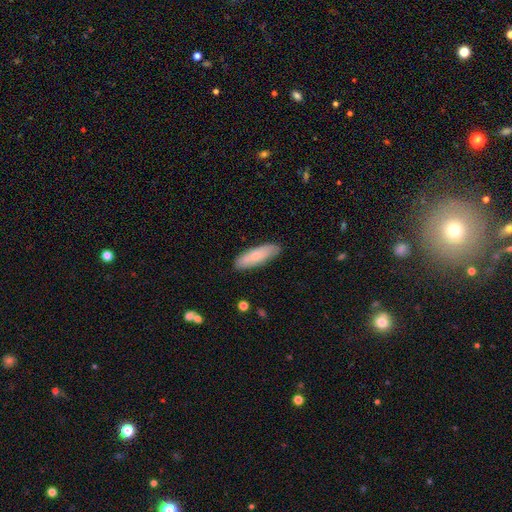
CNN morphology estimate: Smooth or featured? smooth (69%)
How rounded? cigar-shaped (50%)
Merging? none (85%)